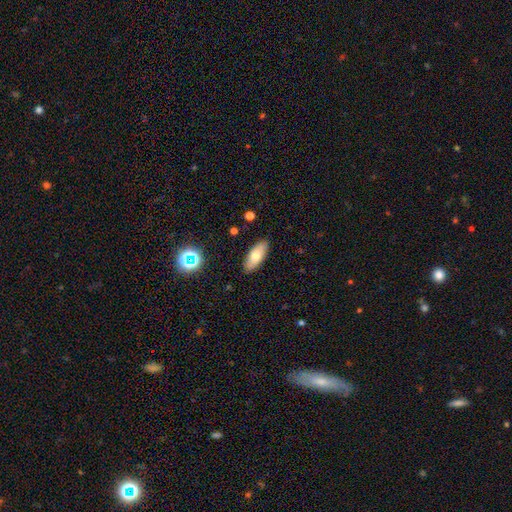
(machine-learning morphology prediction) This is likely a smooth galaxy (72%). How rounded: clearly in between (80%). Merging: clearly none (88%).